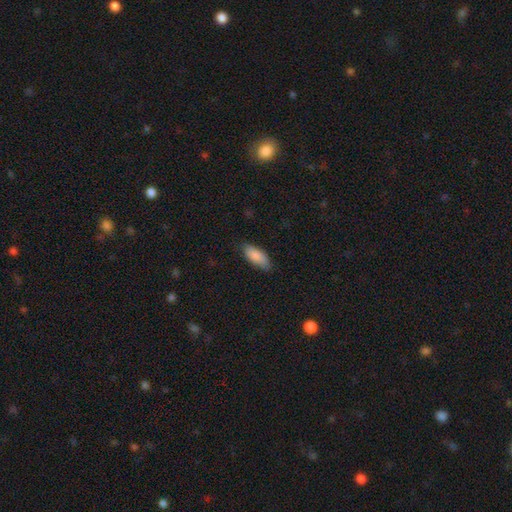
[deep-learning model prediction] This appears to be a smooth galaxy with no disk features (87%) that is in between round and cigar-shaped (82%). Merging: none (81%).